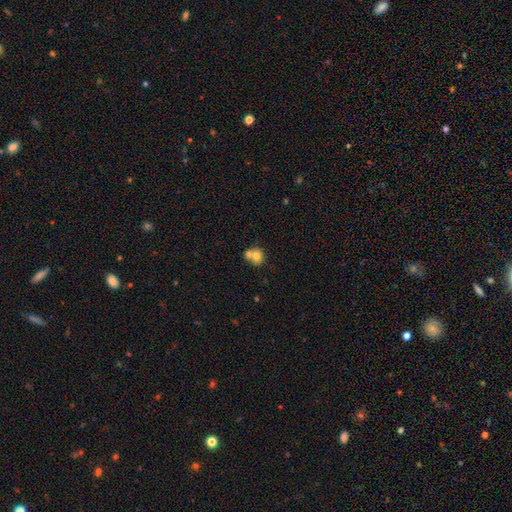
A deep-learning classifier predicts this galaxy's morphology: This appears to be a smooth galaxy with no disk features (73%) that is round (76%). Merging: merger (55%).